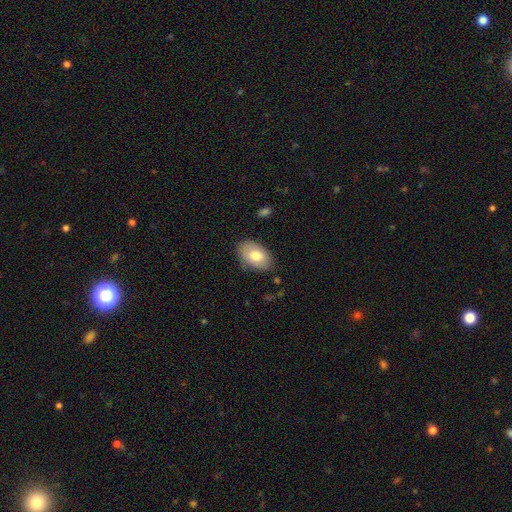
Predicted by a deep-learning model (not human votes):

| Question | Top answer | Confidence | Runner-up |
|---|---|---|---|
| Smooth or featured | smooth | 75% | featured or disk (18%) |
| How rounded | in between | 90% | round (8%) |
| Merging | none | 80% | minor disturbance (16%) |